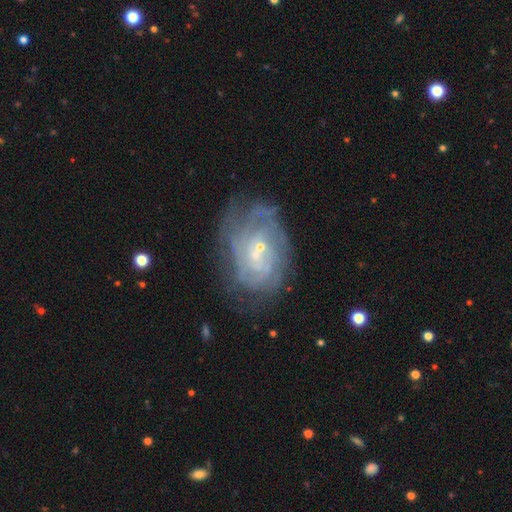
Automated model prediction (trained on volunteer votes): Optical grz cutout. It shows a featured or disk galaxy (79%) with no bar (58%), tight (67%) spiral arms (84%) and a small central bulge (78%). Merging: none (59%).